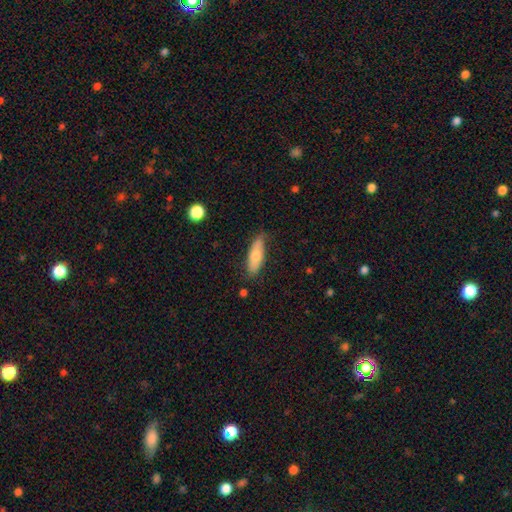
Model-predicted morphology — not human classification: A smooth galaxy with no disk features (68%) that is in between round and cigar-shaped (60%). Merging: none (76%).